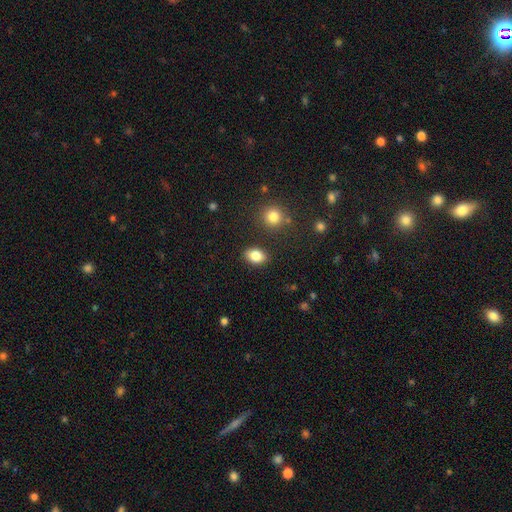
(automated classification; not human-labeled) smooth 84%, star or artifact 9%, featured or disk 8%. Down the decision tree: how rounded — in between (77%); merging — none (86%).